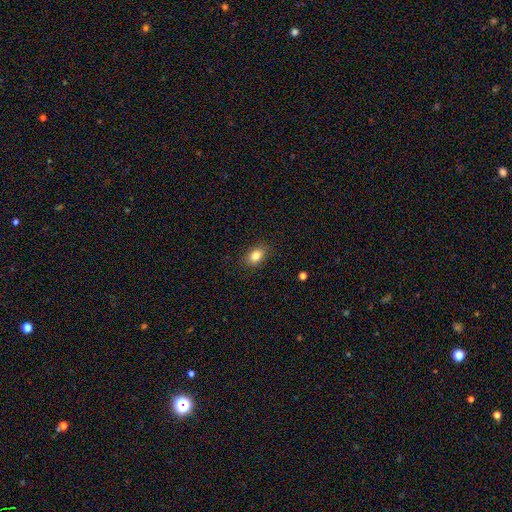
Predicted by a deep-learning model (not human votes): Smooth or featured?
  - smooth: 83% *
  - star or artifact: 10%
  - featured or disk: 7%
How rounded?
  - in between: 75% *
  - round: 23%
  - cigar-shaped: 2%
Merging?
  - none: 86% *
  - minor disturbance: 10%
  - major disturbance: 3%
  - merger: 1%